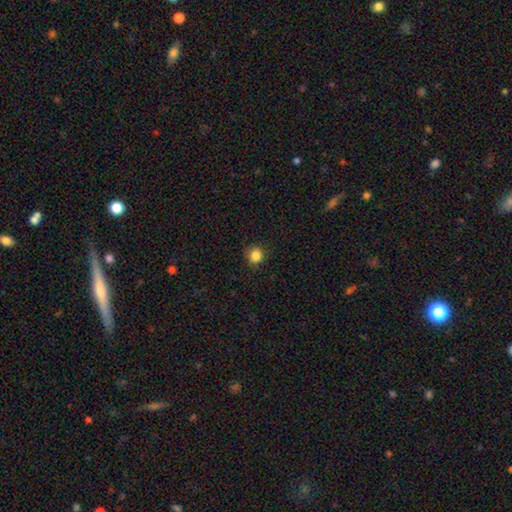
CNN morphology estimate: Smooth or featured? smooth (85%)
How rounded? round (90%)
Merging? none (87%)